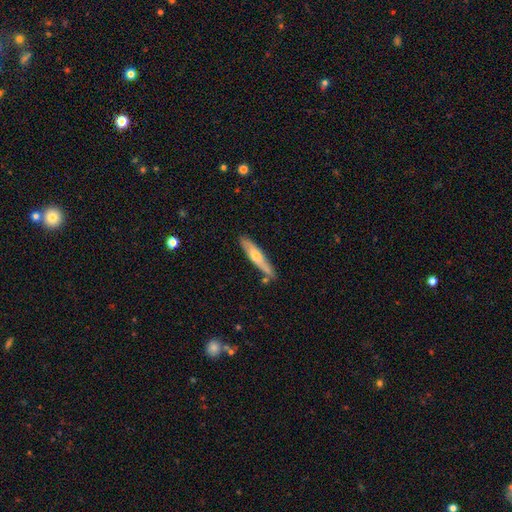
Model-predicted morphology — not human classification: A smooth galaxy with no disk features (51%) that is cigar-shaped (87%).

Vote fractions:
- Smooth or featured? smooth: 51% / featured or disk: 43% / star or artifact: 6%
- How rounded? cigar-shaped: 87% / in between: 11% / round: 2%
- Merging? none: 77% / minor disturbance: 15% / merger: 5% / major disturbance: 2%